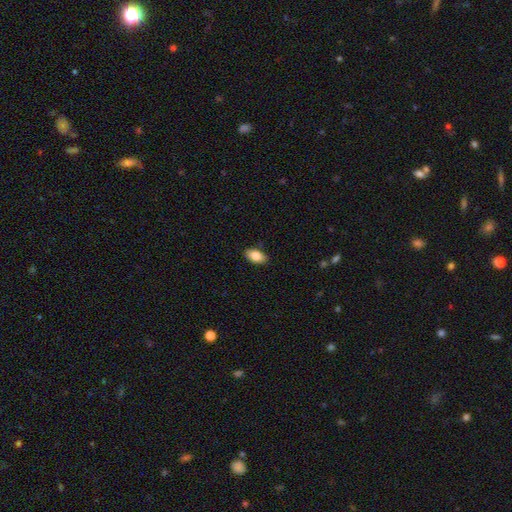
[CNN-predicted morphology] This is clearly a smooth galaxy (84%). How rounded: clearly in between (92%). Merging: clearly none (87%).